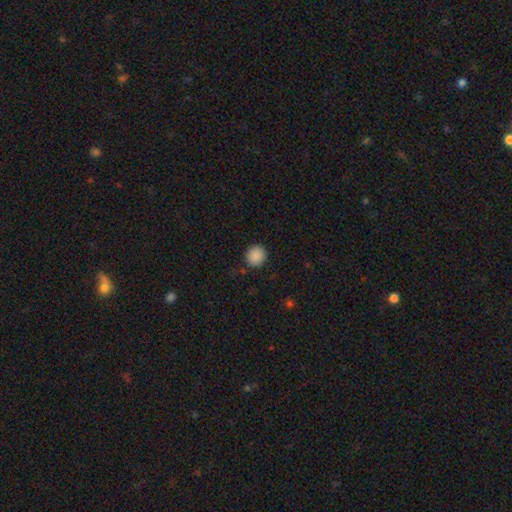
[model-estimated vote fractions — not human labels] Q: Smooth or featured?
A: smooth (89%); runner-up: star or artifact (9%)
Q: How rounded?
A: round (91%); runner-up: in between (8%)
Q: Merging?
A: none (89%); runner-up: minor disturbance (7%)